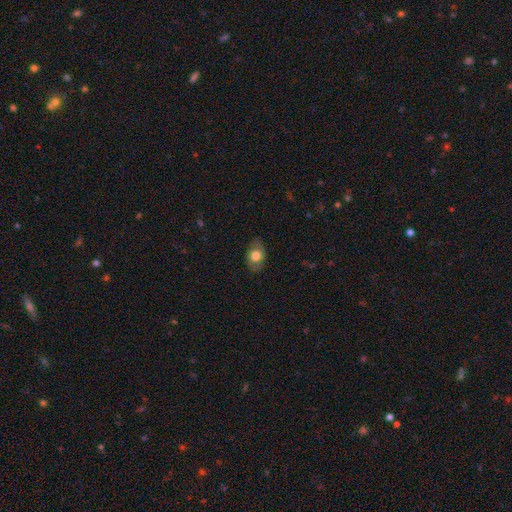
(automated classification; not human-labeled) Smooth or featured? smooth (68%)
How rounded? in between (79%)
Merging? none (81%)